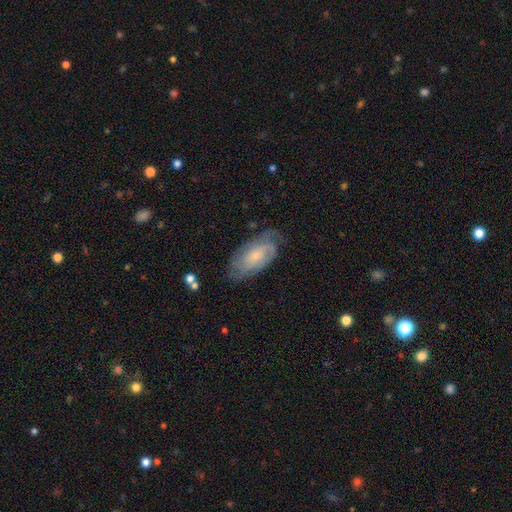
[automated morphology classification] type=featured or disk (77%); edge-on=no (94%); bar=no (63%); spiral arms=yes (94%); winding=tight (59%); arm count=can't tell (35%); bulge=small (64%); merging=none (73%).